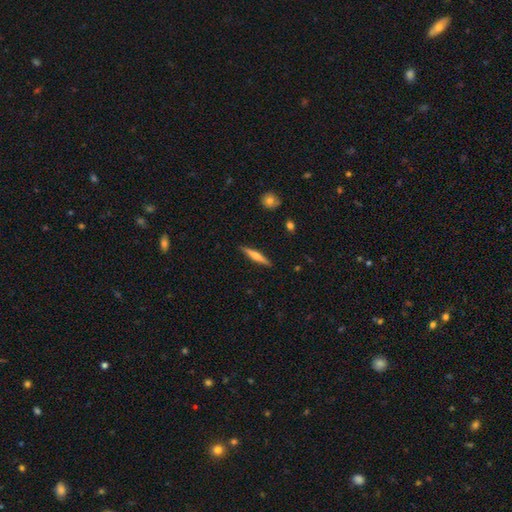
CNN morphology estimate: type=featured or disk (56%); edge-on=yes (97%); edge-on bulge=rounded (83%); merging=none (90%).